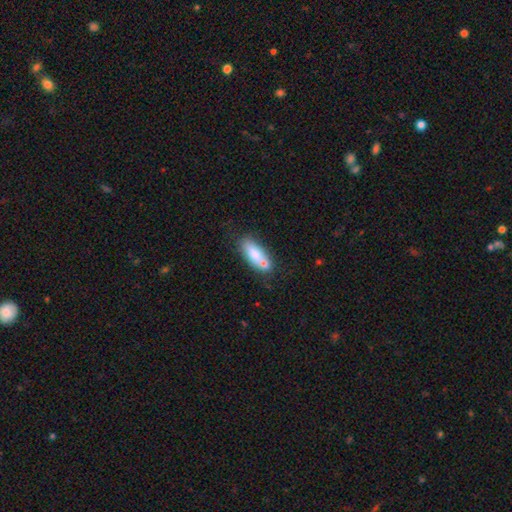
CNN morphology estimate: smooth 77%, featured or disk 16%, star or artifact 7%. Down the decision tree: how rounded — in between (67%); merging — none (52%).